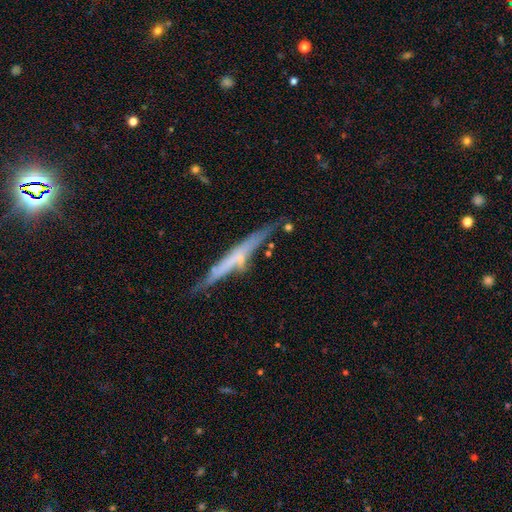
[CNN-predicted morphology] This appears to be a featured or disk galaxy (67%) viewed edge-on (93%) with no central bulge (46%). Merging: none (77%).